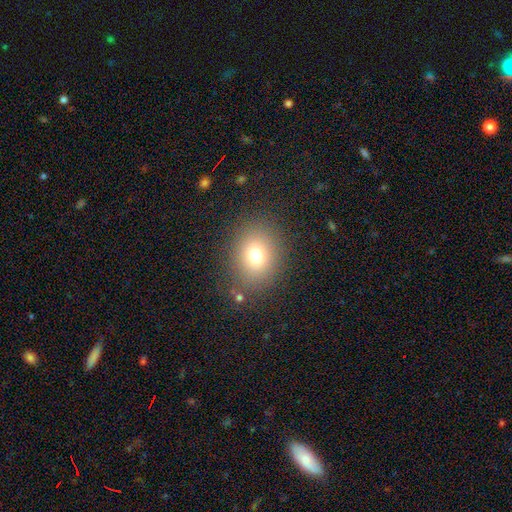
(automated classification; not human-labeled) Morphology: type=smooth (74%); roundness=round (55%); merging=none (83%).